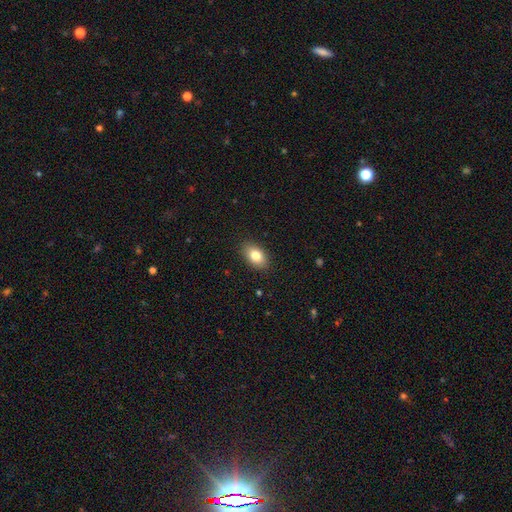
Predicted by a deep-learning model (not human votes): Q: Smooth or featured?
A: smooth (82%); runner-up: featured or disk (10%)
Q: How rounded?
A: in between (89%); runner-up: round (9%)
Q: Merging?
A: none (88%); runner-up: minor disturbance (9%)